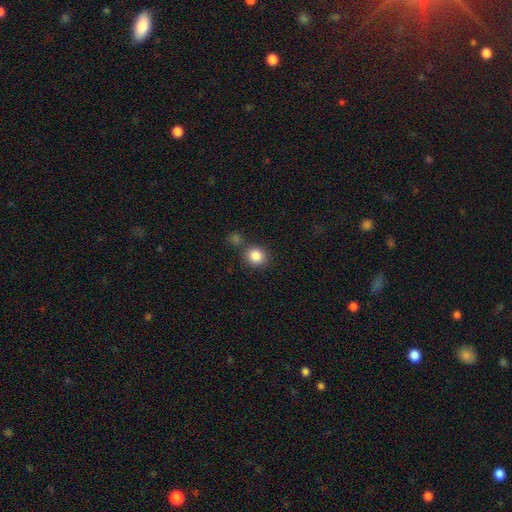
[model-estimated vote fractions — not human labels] Smooth or featured? Predicted: smooth (p=0.85). How rounded? Predicted: round (p=0.82). Merging? Predicted: none (p=0.74).